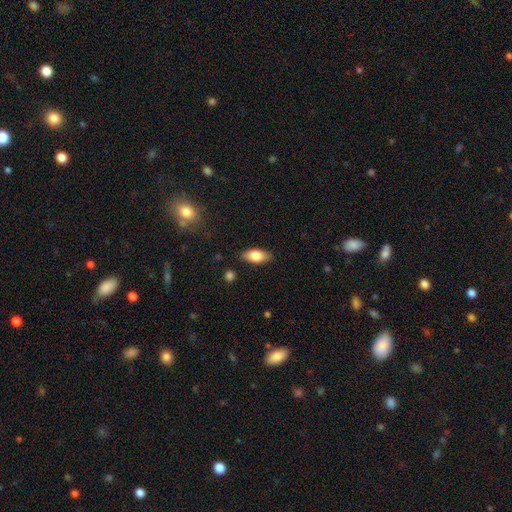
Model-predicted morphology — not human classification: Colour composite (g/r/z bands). It shows a smooth galaxy with no disk features (80%) that is in between round and cigar-shaped (88%). Merging: none (85%).